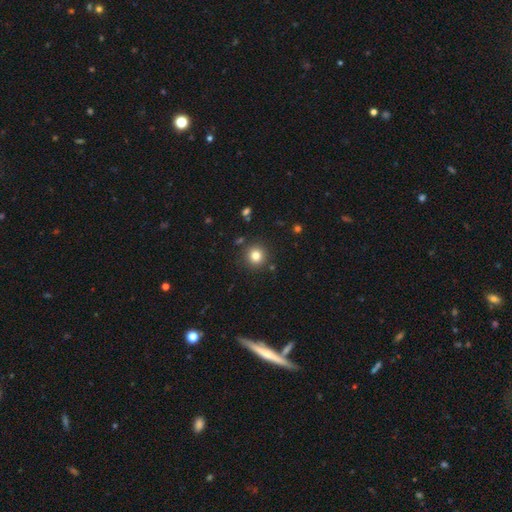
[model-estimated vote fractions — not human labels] Q: Smooth or featured?
A: smooth (81%); runner-up: star or artifact (13%)
Q: How rounded?
A: round (92%); runner-up: in between (7%)
Q: Merging?
A: none (89%); runner-up: minor disturbance (6%)